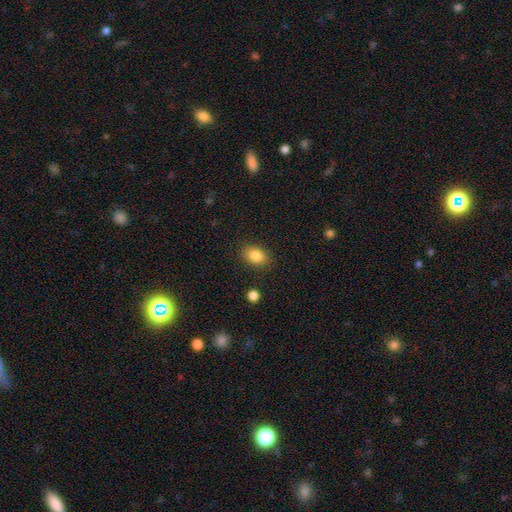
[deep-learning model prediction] This appears to be a smooth galaxy with no disk features (85%) that is in between round and cigar-shaped (80%). Merging: none (86%).